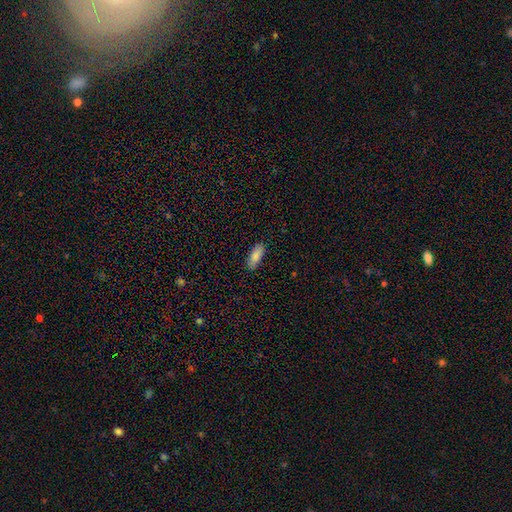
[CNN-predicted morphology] A smooth galaxy with no disk features (87%) that is in between round and cigar-shaped (78%). Merging: none (87%).